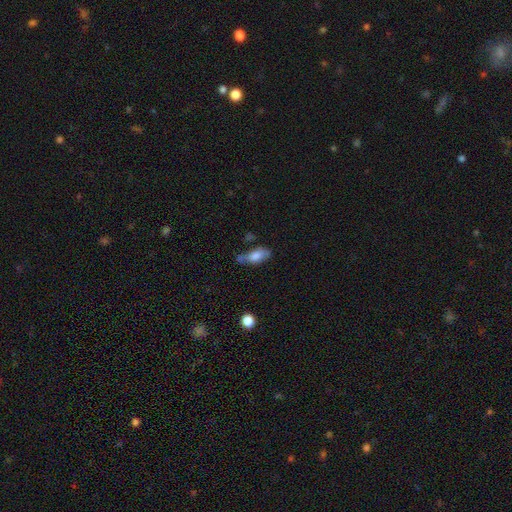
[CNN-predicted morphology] Smooth or featured: smooth — 72% (featured or disk — 19%)
How rounded: in between — 77% (cigar-shaped — 19%)
Merging: none — 46% (minor disturbance — 30%)